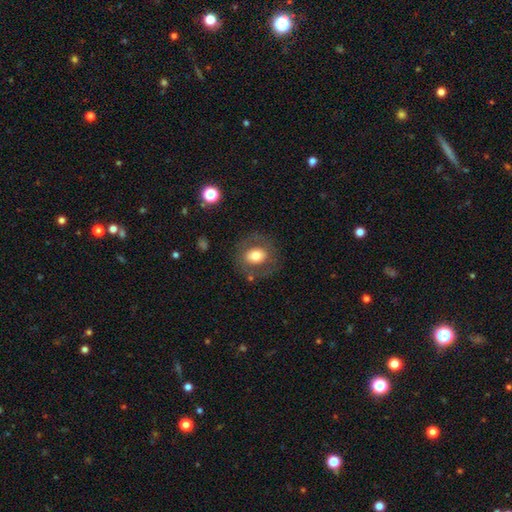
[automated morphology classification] Q: Smooth or featured?
A: smooth (63%); runner-up: featured or disk (29%)
Q: How rounded?
A: round (57%); runner-up: in between (42%)
Q: Merging?
A: none (77%); runner-up: minor disturbance (12%)